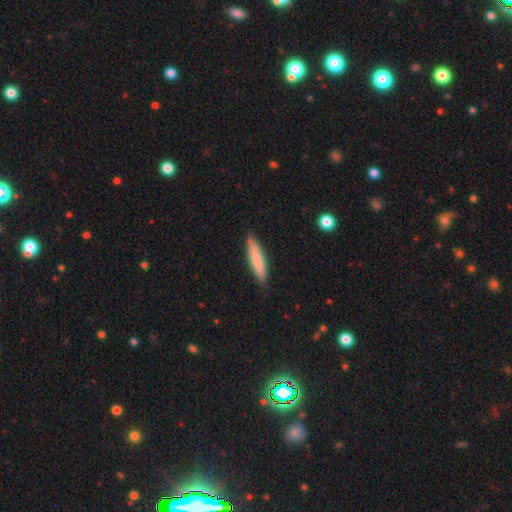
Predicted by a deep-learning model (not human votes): smooth 78%, featured or disk 17%, star or artifact 6%. Down the decision tree: how rounded — cigar-shaped (87%); merging — none (86%).